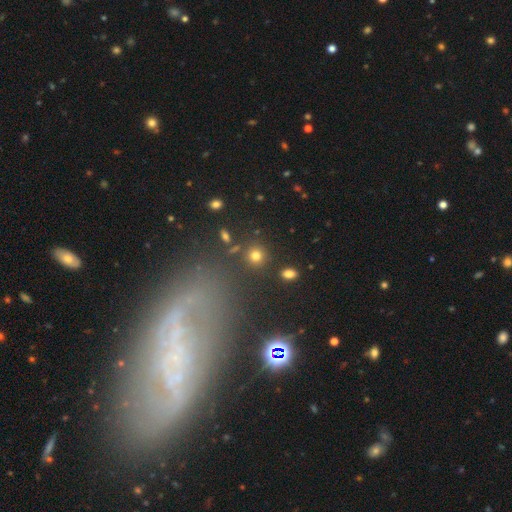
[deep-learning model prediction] smooth-or-featured: smooth: 78% | star or artifact: 15% | featured or disk: 7%
  how-rounded: round: 88% | in between: 11% | cigar-shaped: 1%
  merging: none: 84% | minor disturbance: 7% | merger: 6% | major disturbance: 3%